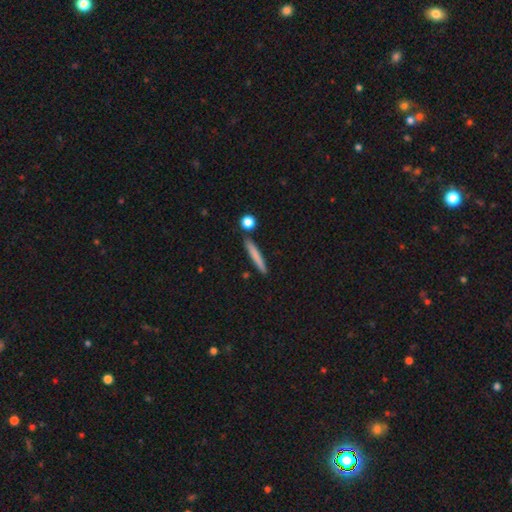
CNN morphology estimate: Q: Smooth or featured?
A: smooth (75%); runner-up: featured or disk (19%)
Q: How rounded?
A: cigar-shaped (94%); runner-up: in between (4%)
Q: Merging?
A: none (86%); runner-up: minor disturbance (8%)